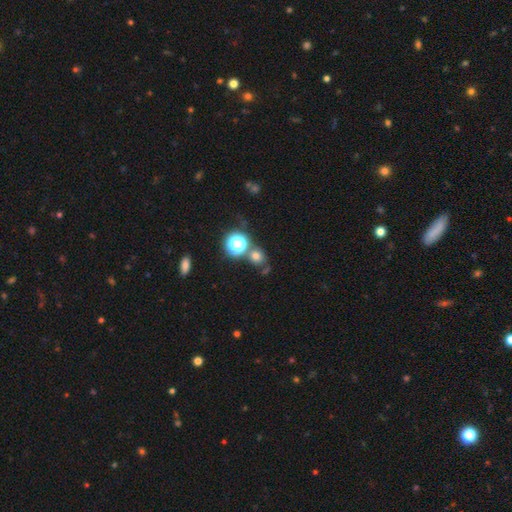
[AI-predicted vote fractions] This is likely a smooth galaxy (66%). How rounded: likely round (75%). Merging: likely none (64%).